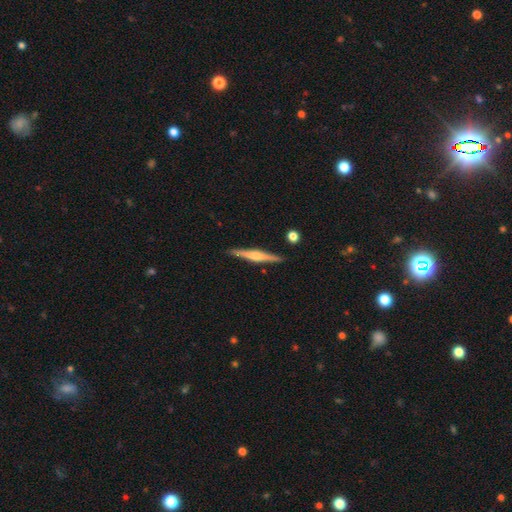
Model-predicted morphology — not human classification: The model was most divided on "smooth or featured": featured or disk: 72%, smooth: 23%, star or artifact: 5%. More confident: edge-on disk — yes (98%); merging — none (90%); edge-on bulge — rounded (81%).